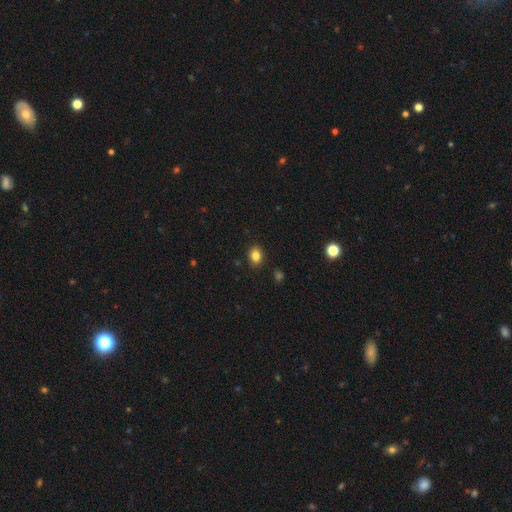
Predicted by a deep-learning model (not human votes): A smooth galaxy with no disk features (84%) that is in between round and cigar-shaped (52%). Merging: none (87%).